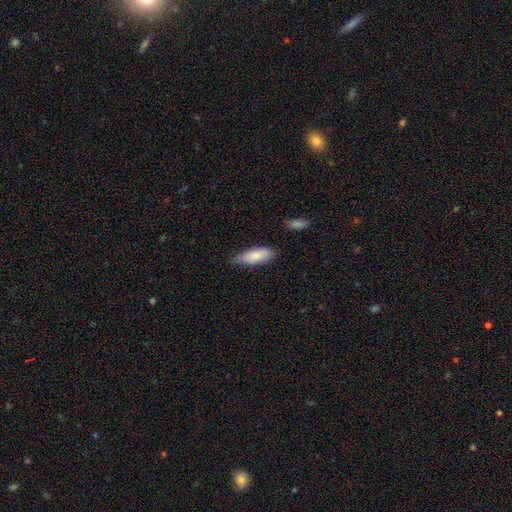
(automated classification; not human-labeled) This appears to be a smooth galaxy with no disk features (84%) that is in between round and cigar-shaped (72%). Merging: none (64%).